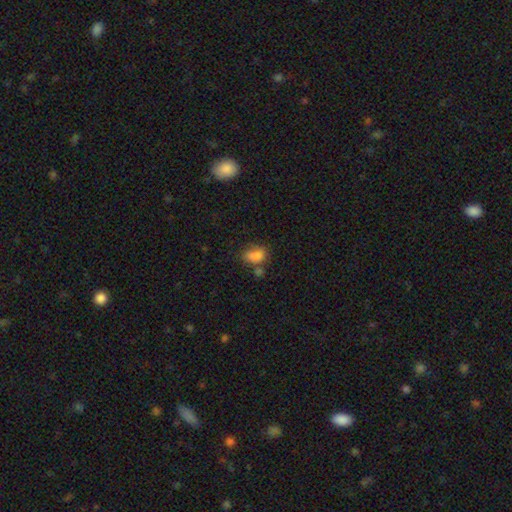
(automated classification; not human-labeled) This is likely a smooth galaxy (79%). How rounded: clearly in between (81%). Merging: marginally none (43%).